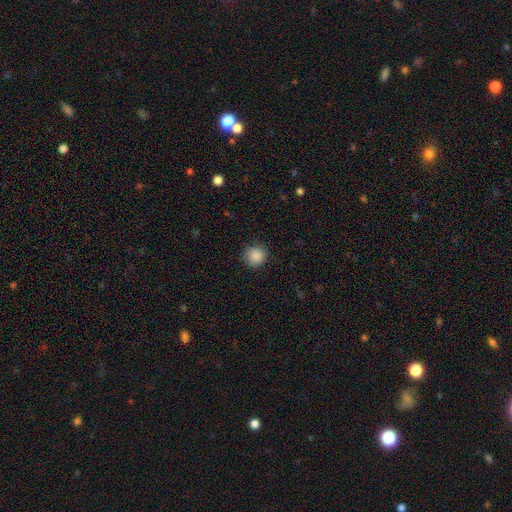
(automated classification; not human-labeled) smooth_or_featured: smooth (p=0.88) [alt: star or artifact p=0.09]
how_rounded: round (p=0.92) [alt: in between p=0.07]
merging: none (p=0.87) [alt: minor disturbance p=0.09]